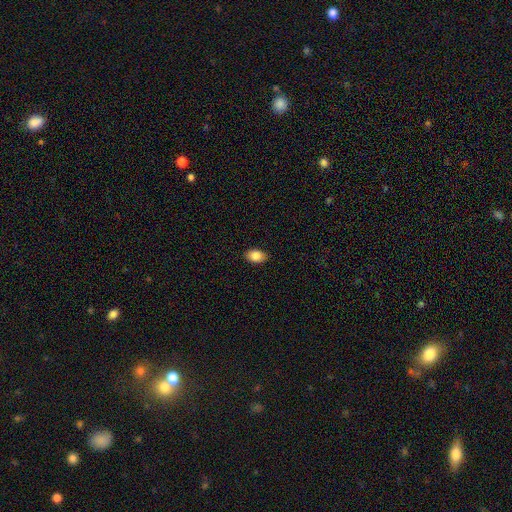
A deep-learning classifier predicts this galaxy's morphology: smooth 85%, star or artifact 8%, featured or disk 7%. Down the decision tree: how rounded — in between (88%); merging — none (88%).